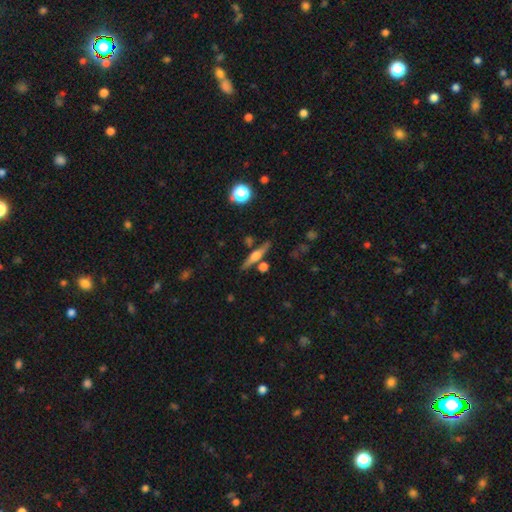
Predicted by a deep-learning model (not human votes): featured or disk 63%, smooth 29%, star or artifact 8%. Down the decision tree: edge-on disk — yes (96%); edge-on bulge — rounded (86%); merging — none (81%).